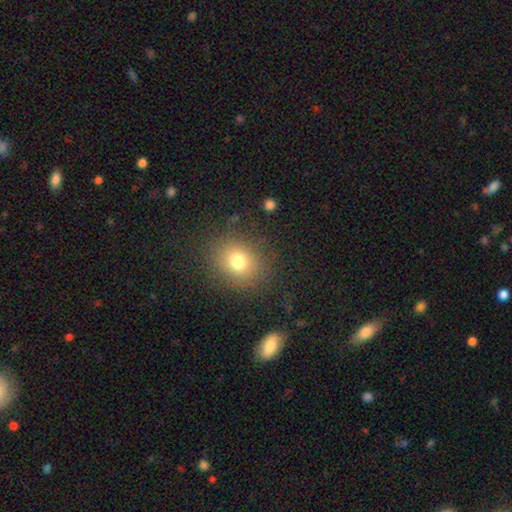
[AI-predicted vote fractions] smooth-or-featured: smooth: 71% | star or artifact: 19% | featured or disk: 9%
  how-rounded: round: 70% | in between: 29% | cigar-shaped: 1%
  merging: none: 88% | minor disturbance: 7% | major disturbance: 3% | merger: 2%